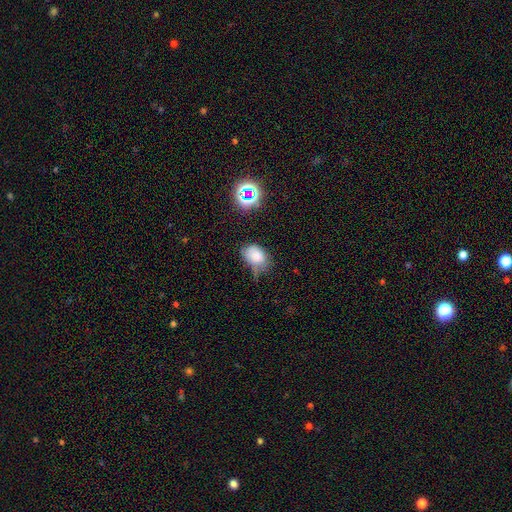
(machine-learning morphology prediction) The model was most divided on "merging": minor disturbance: 38%, none: 37%, major disturbance: 18%, merger: 7%. More confident: how rounded — in between (77%); smooth or featured — smooth (75%).